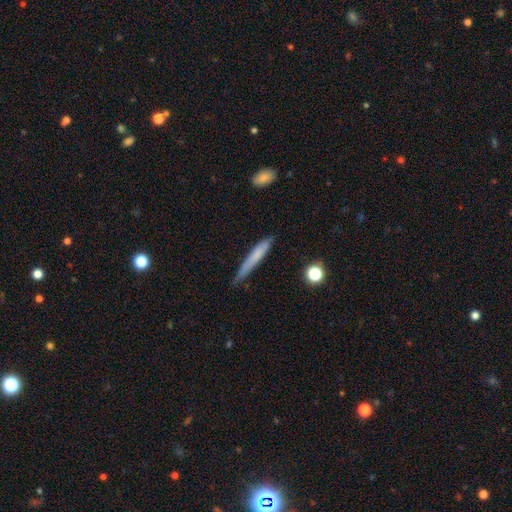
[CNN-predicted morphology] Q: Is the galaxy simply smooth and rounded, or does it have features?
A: smooth — 66%.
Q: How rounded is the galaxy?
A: cigar-shaped — 94%.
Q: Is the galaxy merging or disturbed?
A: none — 71%.